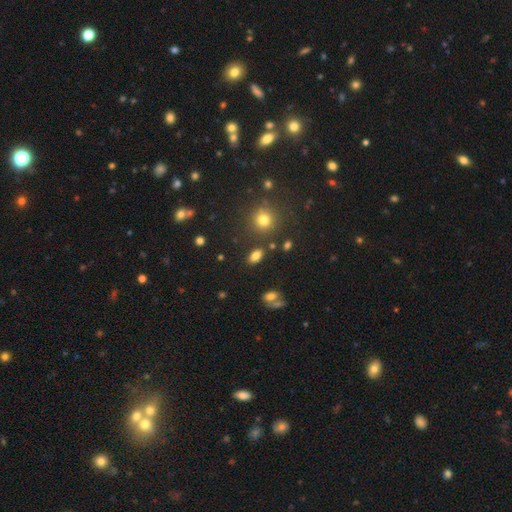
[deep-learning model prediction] smooth 78%, star or artifact 12%, featured or disk 9%. Down the decision tree: how rounded — in between (85%); merging — none (82%).